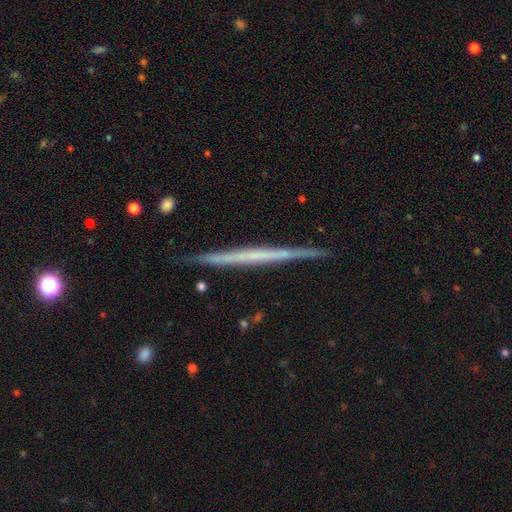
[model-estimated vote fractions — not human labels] This is likely a featured or disk galaxy (64%). It is clearly viewed edge-on (98%). Edge-on bulge: clearly none (89%). Merging: clearly none (90%).